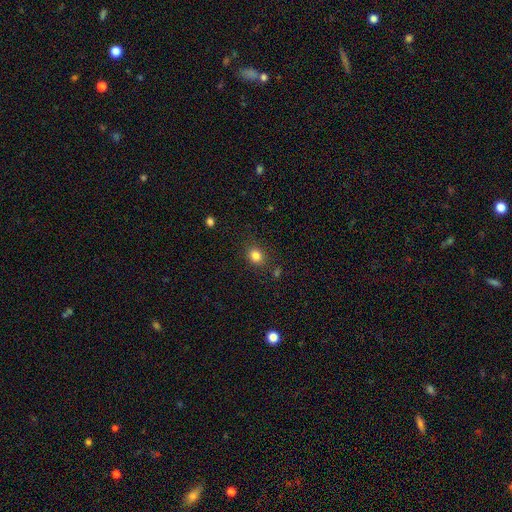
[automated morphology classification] A smooth galaxy with no disk features (83%) that is round (66%). Merging: none (84%).